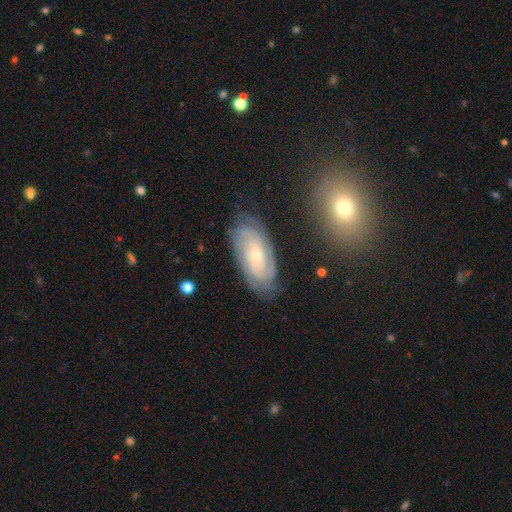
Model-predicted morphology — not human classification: type=featured or disk (79%); edge-on=no (94%); bar=no (68%); spiral arms=yes (94%); winding=tight (74%); arm count=can't tell (38%); bulge=small (69%); merging=none (79%).